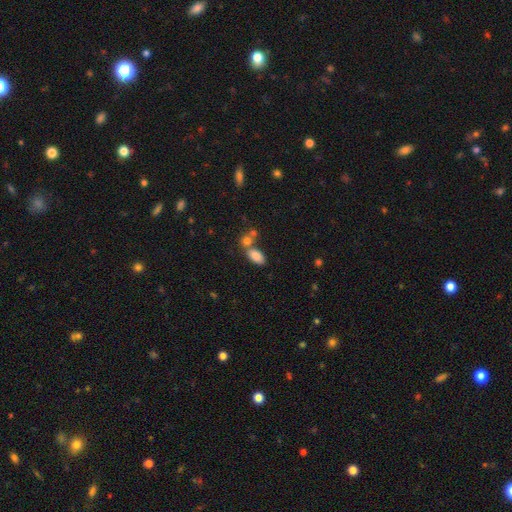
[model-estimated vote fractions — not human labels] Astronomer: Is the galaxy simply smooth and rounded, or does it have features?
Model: smooth — 83%.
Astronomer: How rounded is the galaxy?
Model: in between — 92%.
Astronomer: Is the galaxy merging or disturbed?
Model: none — 50% (runner-up: merger, 35%).